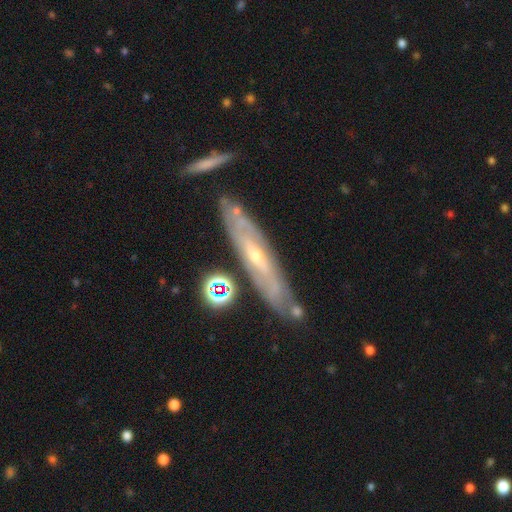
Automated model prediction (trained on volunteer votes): This appears to be a featured or disk galaxy (79%). Merging: none (75%).